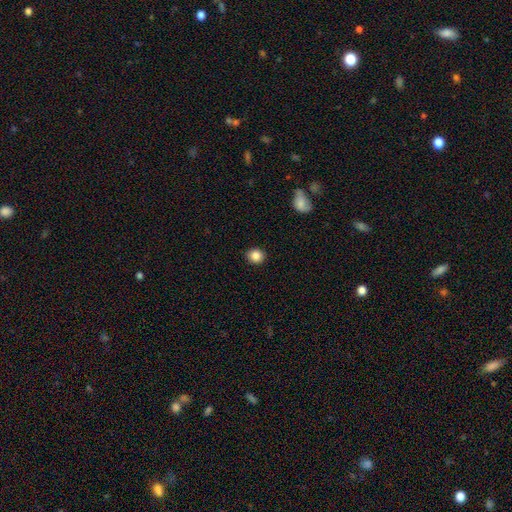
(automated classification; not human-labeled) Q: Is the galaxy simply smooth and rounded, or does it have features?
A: smooth — 86%.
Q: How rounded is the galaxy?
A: round — 83%.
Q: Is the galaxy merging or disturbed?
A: none — 90%.